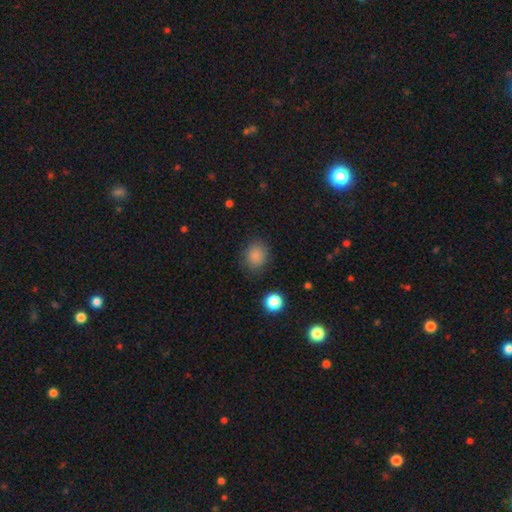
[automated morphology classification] smooth 85%, star or artifact 11%, featured or disk 4%. Down the decision tree: how rounded — round (75%); merging — none (84%).